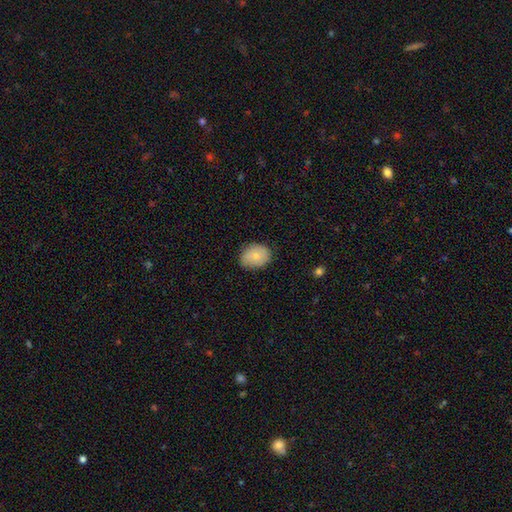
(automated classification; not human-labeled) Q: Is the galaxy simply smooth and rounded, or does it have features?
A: smooth — 79%.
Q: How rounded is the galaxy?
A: in between — 58%.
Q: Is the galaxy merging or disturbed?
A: none — 78%.